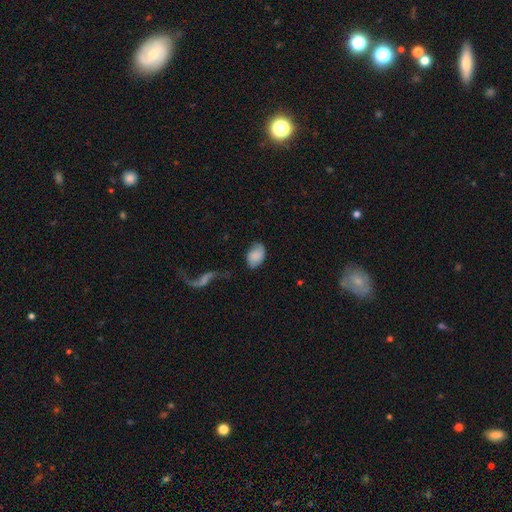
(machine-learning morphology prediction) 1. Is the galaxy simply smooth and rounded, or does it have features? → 70% smooth, 22% featured or disk, 8% star or artifact.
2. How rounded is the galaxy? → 85% in between, 13% round, 1% cigar-shaped.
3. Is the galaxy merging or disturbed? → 62% none, 24% minor disturbance, 9% major disturbance, 5% merger.